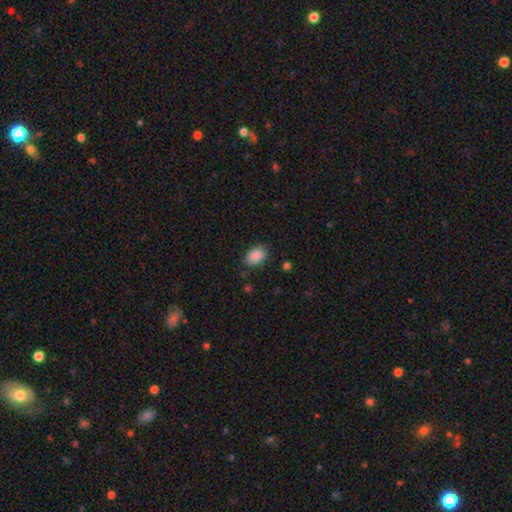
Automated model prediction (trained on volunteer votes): Morphology: type=smooth (88%); roundness=in between (82%); merging=none (80%).